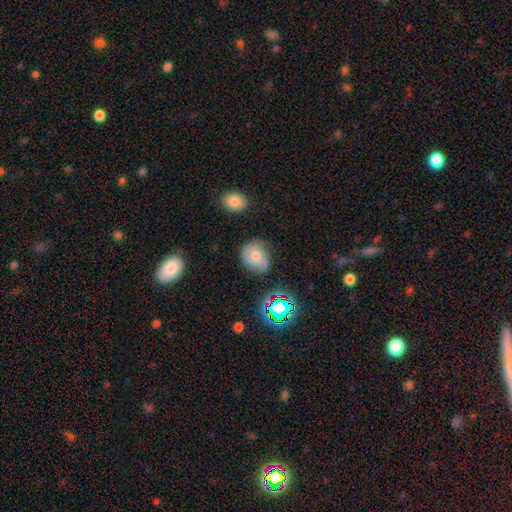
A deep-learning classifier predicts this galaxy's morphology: Smooth or featured? smooth (49%)
Merging? none (60%)